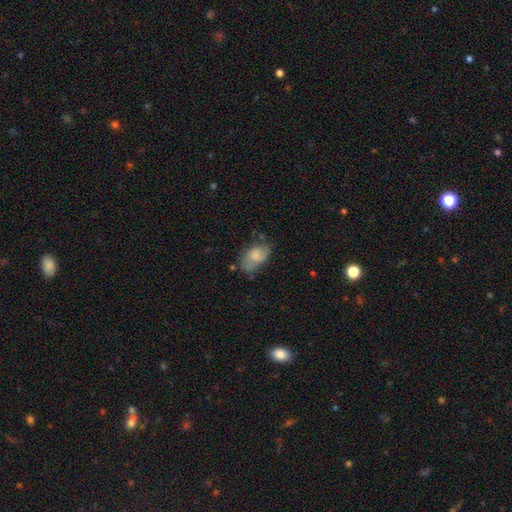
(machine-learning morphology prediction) Overall: smooth (66%; featured or disk 26%). How rounded: in between (88%). Merging: none (46%; minor disturbance 33%).